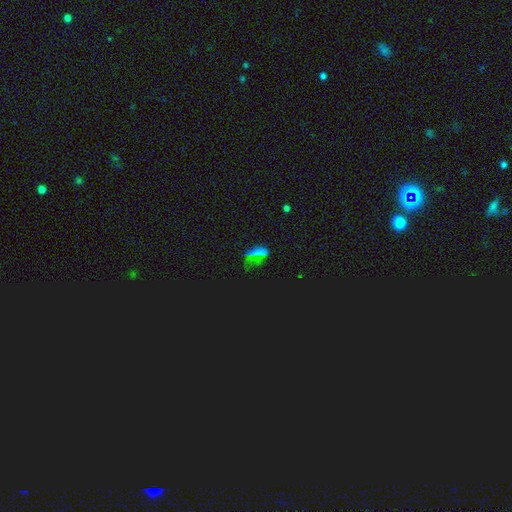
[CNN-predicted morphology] Smooth or featured? Predicted: star or artifact (p=0.53).